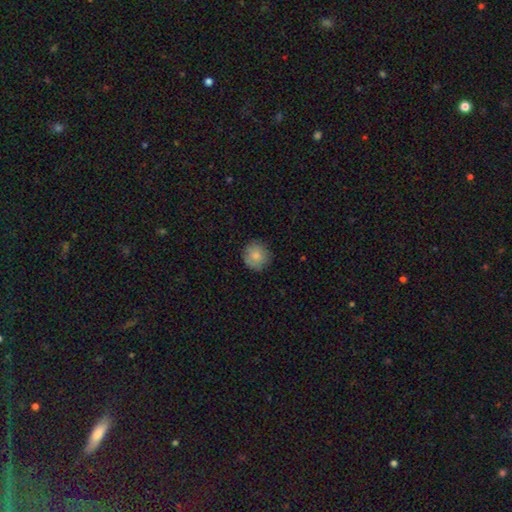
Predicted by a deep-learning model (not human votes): Smooth or featured? Predicted: smooth (p=0.82). How rounded? Predicted: round (p=0.92). Merging? Predicted: none (p=0.86).